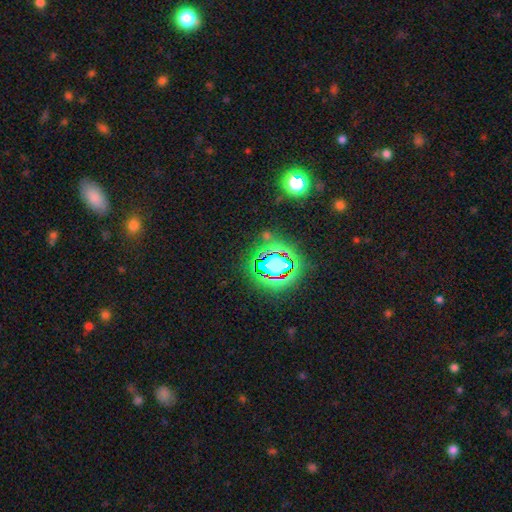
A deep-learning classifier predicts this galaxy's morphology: A star or artifact, not a galaxy (80%).